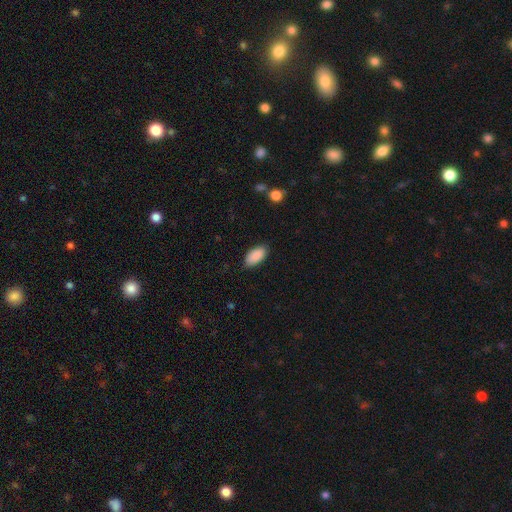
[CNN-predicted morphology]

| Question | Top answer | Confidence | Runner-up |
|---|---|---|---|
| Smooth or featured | smooth | 90% | star or artifact (6%) |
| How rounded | in between | 94% | cigar-shaped (4%) |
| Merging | none | 83% | minor disturbance (13%) |